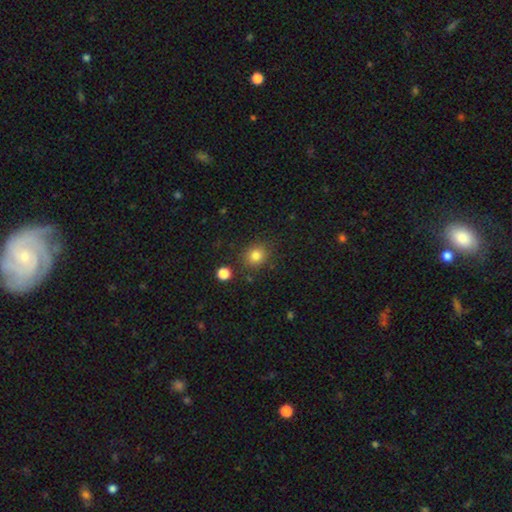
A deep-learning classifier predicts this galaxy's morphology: smooth_or_featured: smooth (p=0.82) [alt: star or artifact p=0.12]
how_rounded: round (p=0.76) [alt: in between p=0.23]
merging: none (p=0.83) [alt: minor disturbance p=0.10]